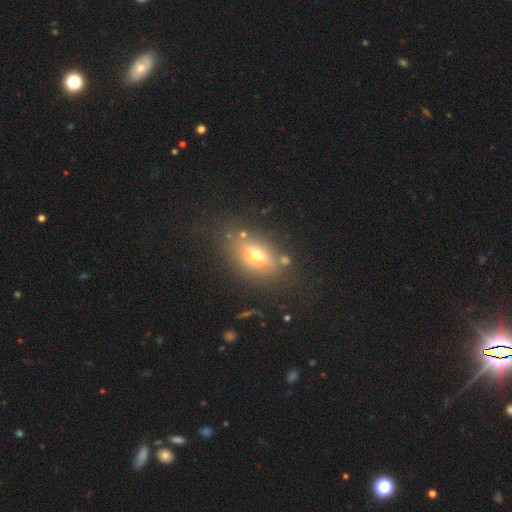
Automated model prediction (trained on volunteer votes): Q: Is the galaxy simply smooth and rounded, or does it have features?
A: smooth — 46%.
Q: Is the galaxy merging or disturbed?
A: none — 74%.